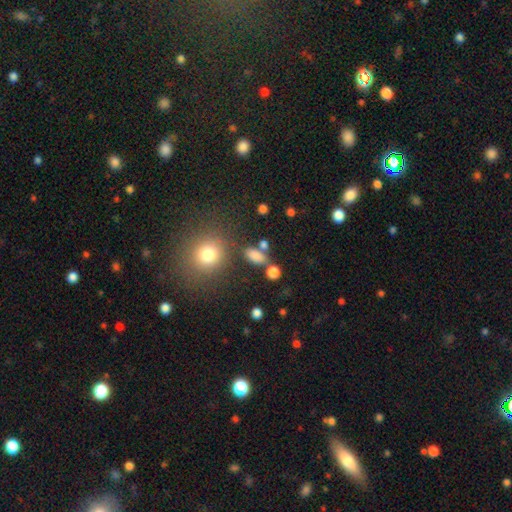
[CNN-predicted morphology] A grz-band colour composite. It shows a smooth galaxy with no disk features (80%) that is in between round and cigar-shaped (80%). Merging: none (65%).